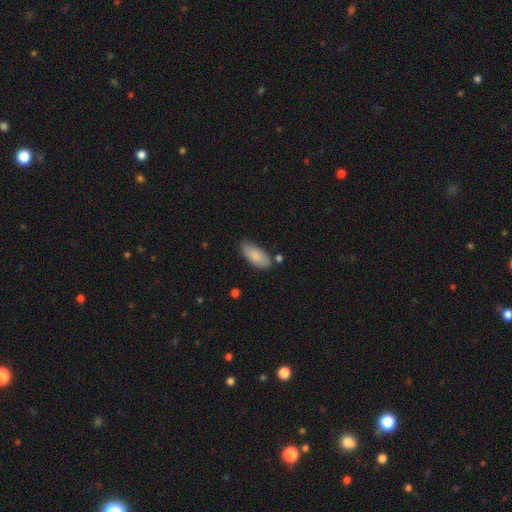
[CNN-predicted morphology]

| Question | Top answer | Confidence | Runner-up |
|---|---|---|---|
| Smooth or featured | smooth | 85% | featured or disk (9%) |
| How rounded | in between | 88% | cigar-shaped (10%) |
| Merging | none | 75% | minor disturbance (18%) |